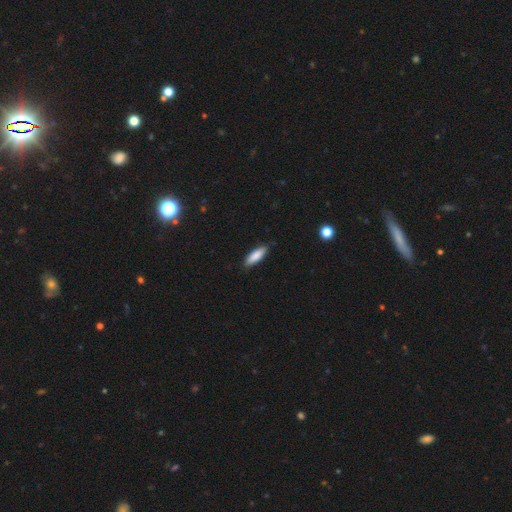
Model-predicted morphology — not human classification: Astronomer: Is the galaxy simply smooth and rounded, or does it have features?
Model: smooth — 86%.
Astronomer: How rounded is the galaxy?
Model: in between — 54% (runner-up: cigar-shaped, 44%).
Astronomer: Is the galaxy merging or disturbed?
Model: none — 85%.